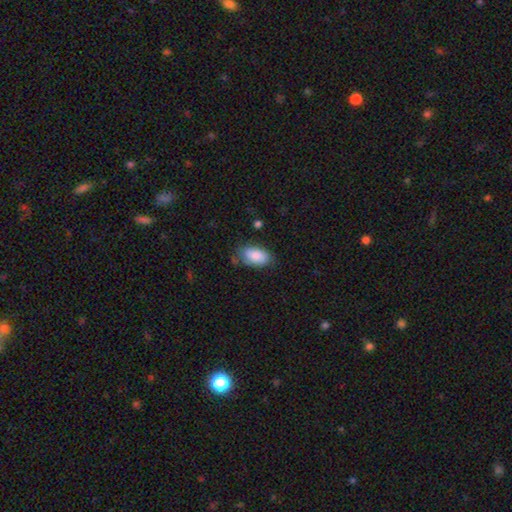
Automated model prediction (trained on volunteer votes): This appears to be a smooth galaxy with no disk features (86%) that is in between round and cigar-shaped (94%). Merging: none (66%).